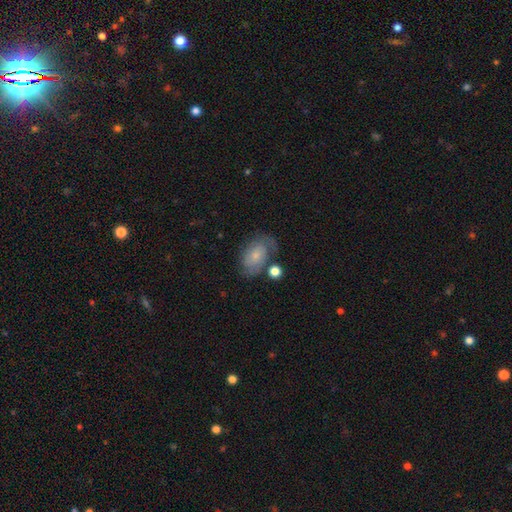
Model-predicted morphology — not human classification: smooth_or_featured: featured or disk (p=0.55) [alt: smooth p=0.37]
disk_edge_on: no (p=0.96) [alt: yes p=0.04]
bar: no (p=0.71) [alt: weak p=0.25]
has_spiral_arms: yes (p=0.83) [alt: no p=0.17]
bulge_size: small (p=0.61) [alt: moderate p=0.25]
merging: none (p=0.58) [alt: minor disturbance p=0.22]